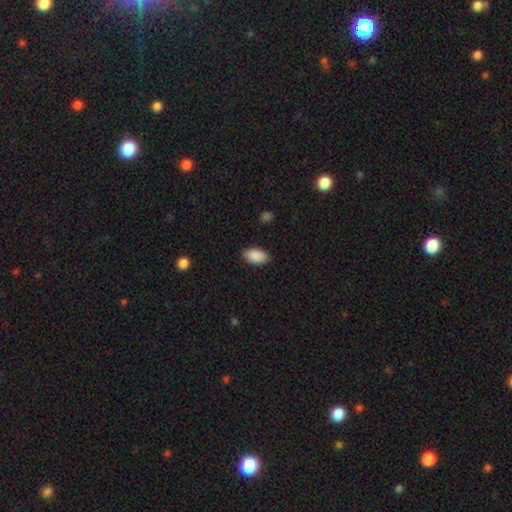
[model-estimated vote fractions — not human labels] smooth-or-featured: smooth: 90% | star or artifact: 7% | featured or disk: 3%
  how-rounded: in between: 94% | round: 4% | cigar-shaped: 2%
  merging: none: 88% | minor disturbance: 9% | major disturbance: 2% | merger: 1%